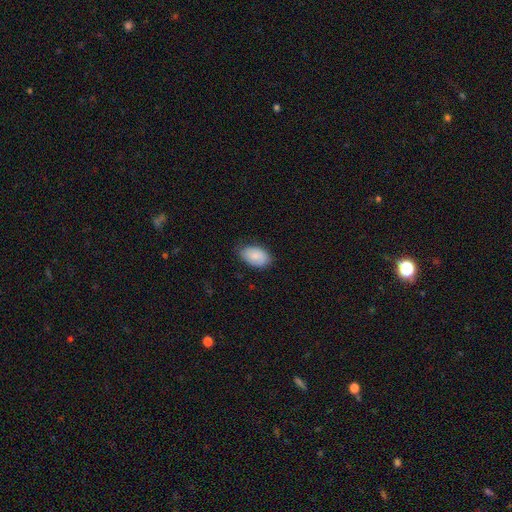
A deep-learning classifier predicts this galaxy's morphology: smooth-or-featured: smooth: 83% | featured or disk: 11% | star or artifact: 6%
  how-rounded: in between: 91% | round: 8% | cigar-shaped: 1%
  merging: none: 75% | minor disturbance: 21% | major disturbance: 4% | merger: 1%